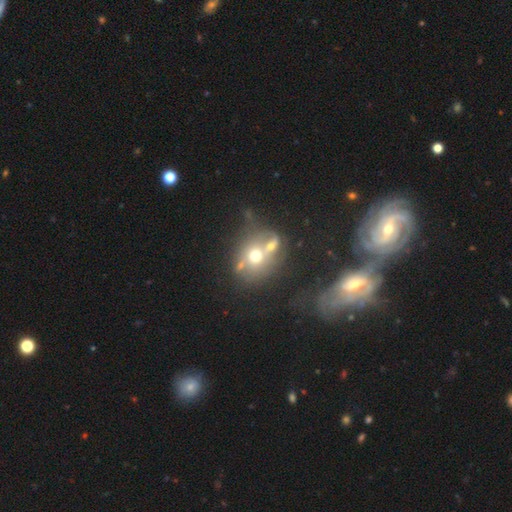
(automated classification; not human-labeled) Smooth or featured? Predicted: smooth (p=0.49). Merging? Predicted: merger (p=0.47).